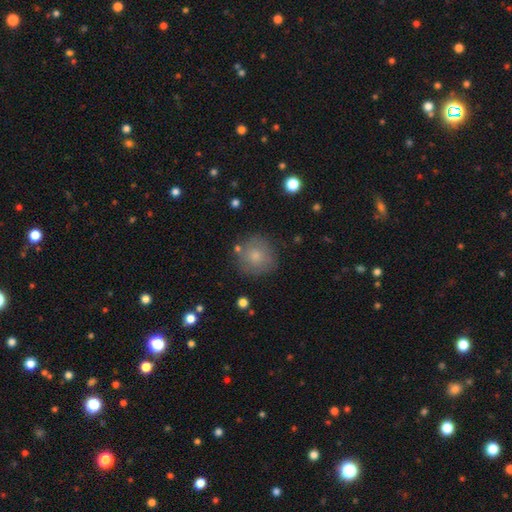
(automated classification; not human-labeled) Smooth or featured? Predicted: smooth (p=0.75). How rounded? Predicted: round (p=0.92). Merging? Predicted: none (p=0.79).